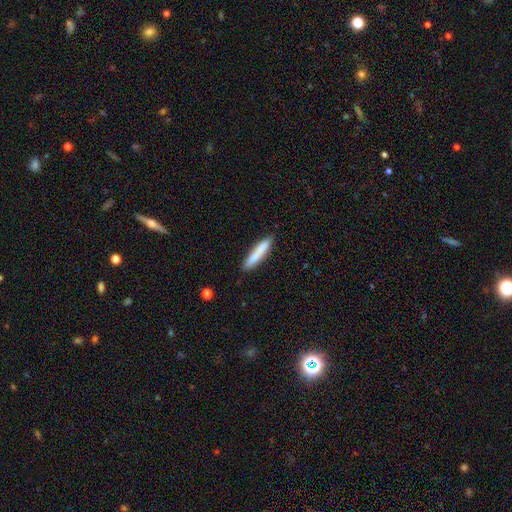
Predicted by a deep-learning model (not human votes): Overall: smooth (79%). How rounded: cigar-shaped (88%). Merging: none (84%).